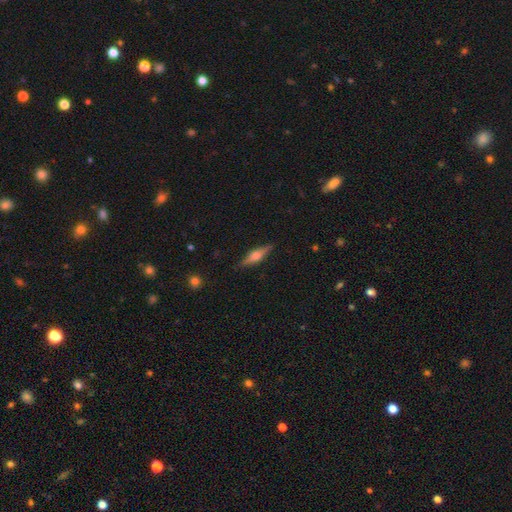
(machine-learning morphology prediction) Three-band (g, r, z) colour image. It shows a featured or disk galaxy (66%) viewed edge-on (97%) with a rounded central bulge (85%). Merging: none (87%).